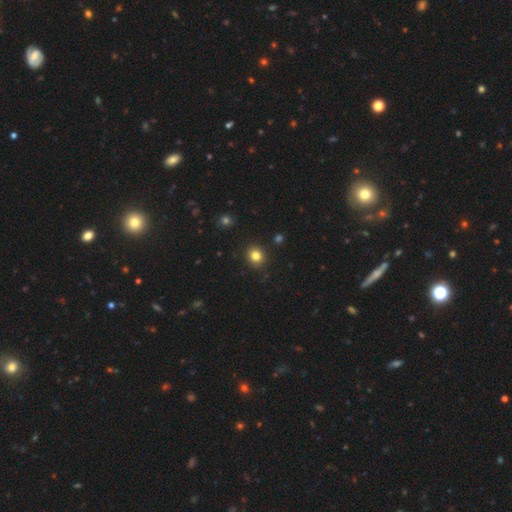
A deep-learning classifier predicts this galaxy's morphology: Smooth or featured: smooth — 82% (star or artifact — 12%)
How rounded: round — 79% (in between — 20%)
Merging: none — 91% (minor disturbance — 6%)